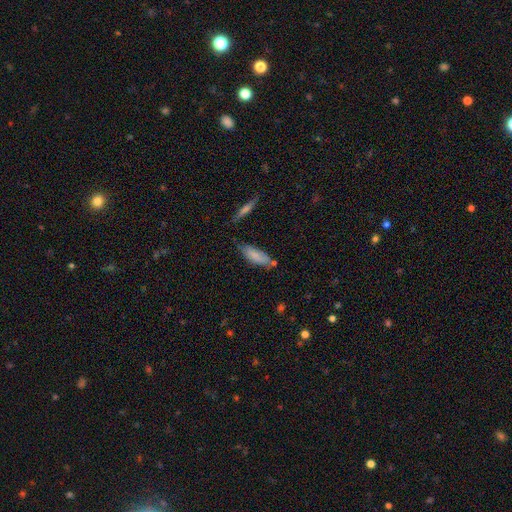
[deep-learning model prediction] smooth 77%, featured or disk 17%, star or artifact 7%. Down the decision tree: how rounded — in between (64%); merging — none (59%).